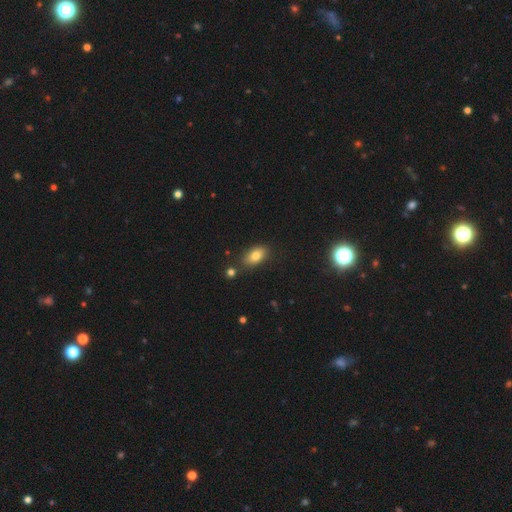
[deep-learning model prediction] A smooth galaxy with no disk features (81%) that is in between round and cigar-shaped (88%). Merging: none (78%).